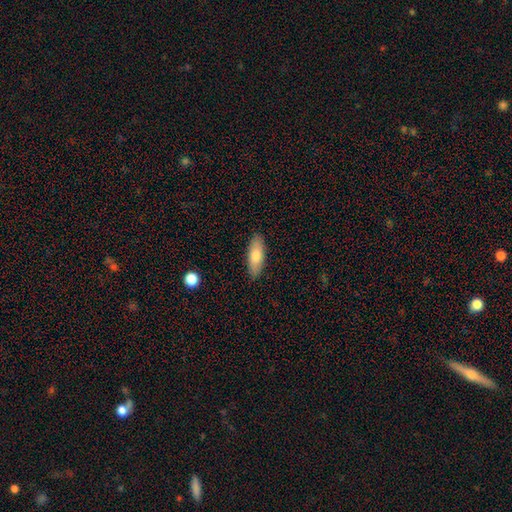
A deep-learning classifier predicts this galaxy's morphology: smooth_or_featured: smooth (p=0.75) [alt: featured or disk p=0.19]
how_rounded: in between (p=0.67) [alt: cigar-shaped p=0.31]
merging: none (p=0.89) [alt: minor disturbance p=0.08]